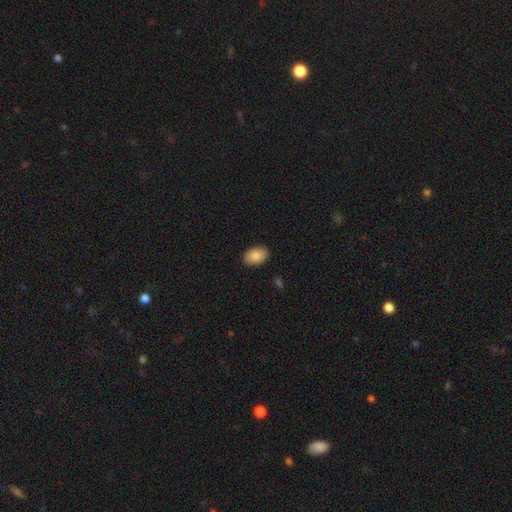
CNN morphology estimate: Smooth or featured? smooth (87%)
How rounded? in between (87%)
Merging? none (90%)